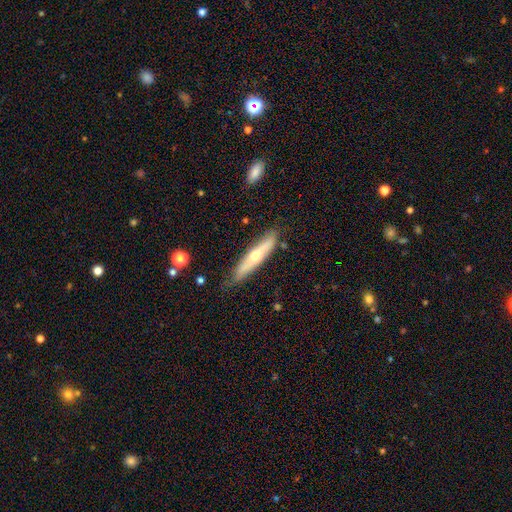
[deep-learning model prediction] This appears to be a smooth galaxy with no disk features (47%, tied with featured or disk). Merging: none (76%).